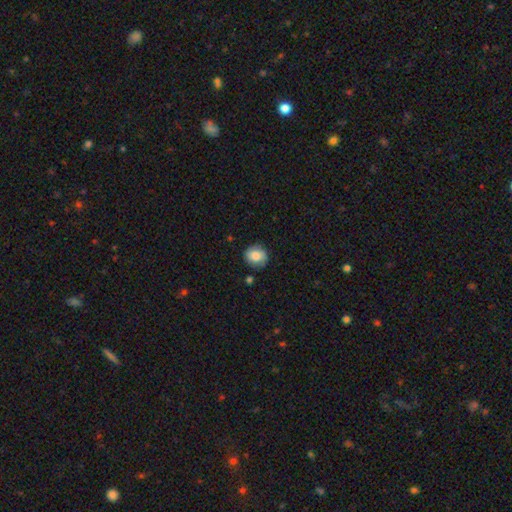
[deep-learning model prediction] A smooth galaxy with no disk features (77%) that is round (84%). Merging: none (80%).